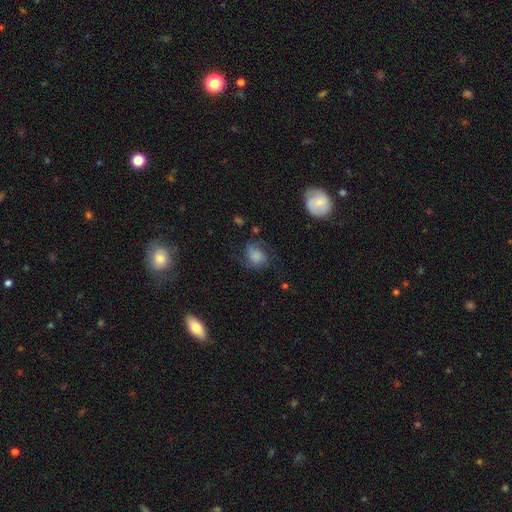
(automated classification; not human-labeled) Smooth or featured? smooth (45%)
Merging? none (56%)